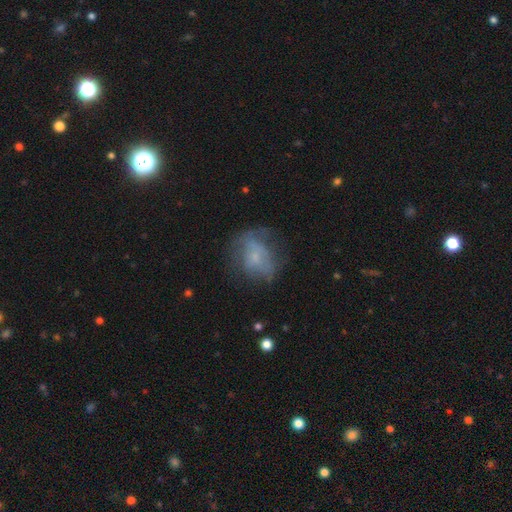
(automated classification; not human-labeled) Morphology: type=smooth (48%); merging=none (50%).